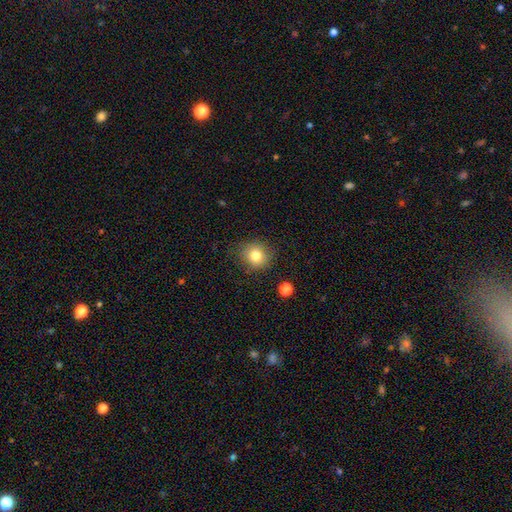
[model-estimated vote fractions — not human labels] This appears to be a smooth galaxy with no disk features (80%) that is round (85%). Merging: none (83%).